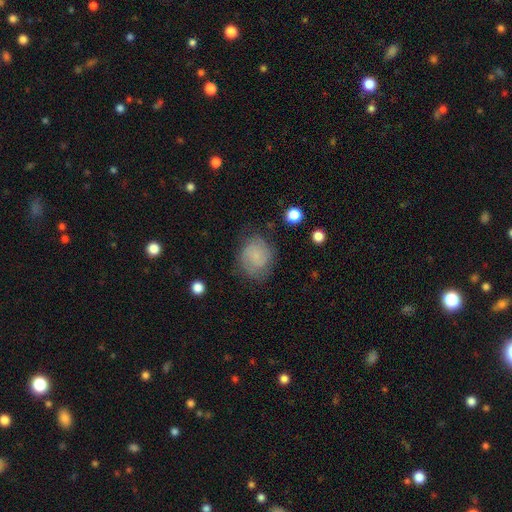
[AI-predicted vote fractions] This appears to be a smooth galaxy with no disk features (51%) that is round (65%). Merging: none (69%).